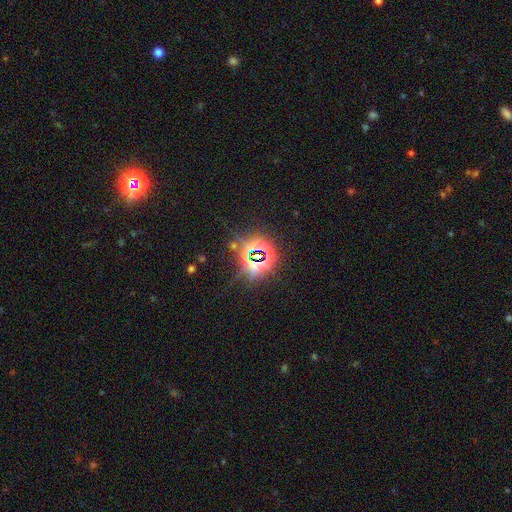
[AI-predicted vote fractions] star or artifact 81%, smooth 11%, featured or disk 8%.